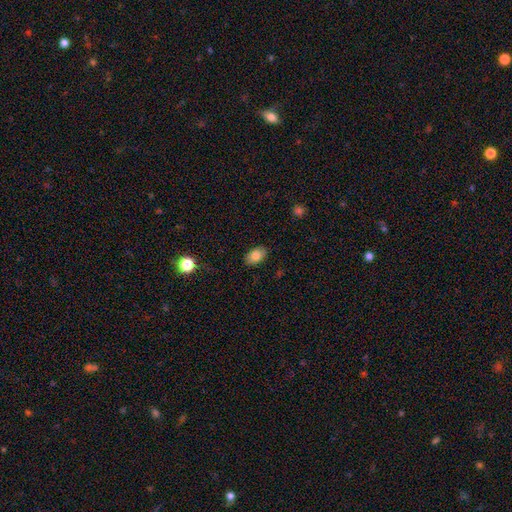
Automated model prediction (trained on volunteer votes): Overall: smooth (81%). How rounded: in between (88%). Merging: none (86%).